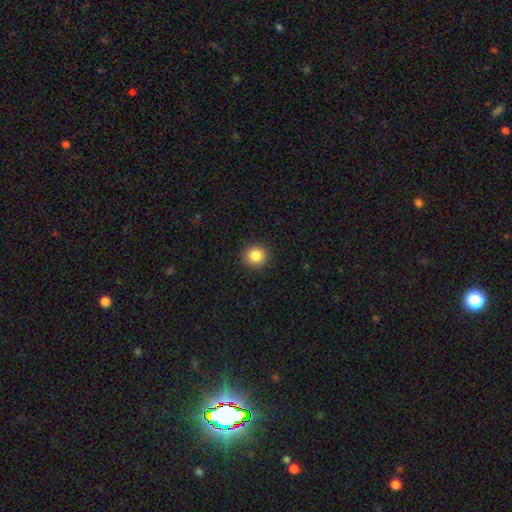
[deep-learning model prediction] The model was most divided on "smooth or featured": smooth: 85%, star or artifact: 10%, featured or disk: 5%. More confident: how rounded — round (92%); merging — none (92%).